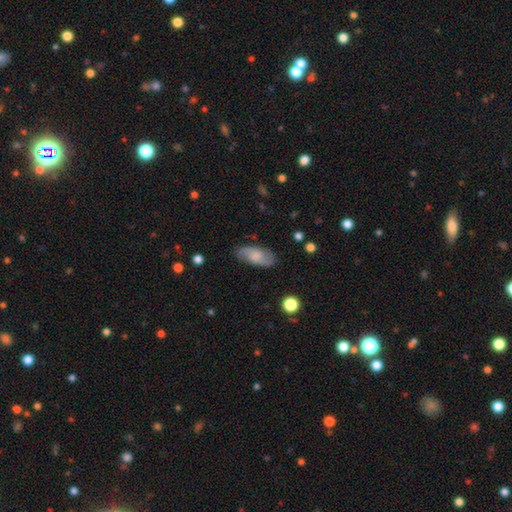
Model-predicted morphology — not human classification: A smooth galaxy with no disk features (47%).

Vote fractions:
- Smooth or featured? smooth: 47% / featured or disk: 46% / star or artifact: 7%
- Merging? none: 79% / minor disturbance: 15% / major disturbance: 4% / merger: 1%